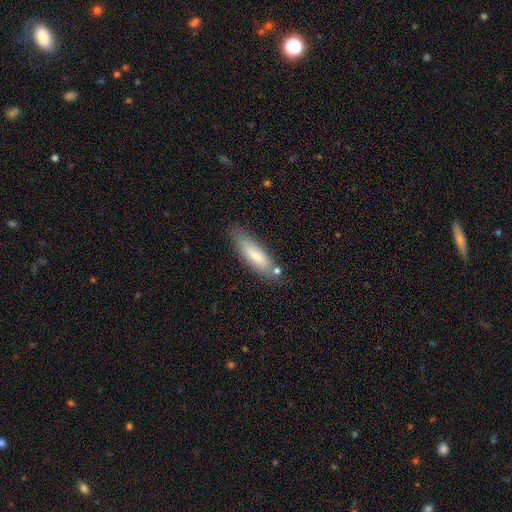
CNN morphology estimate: smooth_or_featured: smooth (p=0.77) [alt: featured or disk p=0.17]
how_rounded: cigar-shaped (p=0.62) [alt: in between p=0.36]
merging: none (p=0.70) [alt: minor disturbance p=0.18]